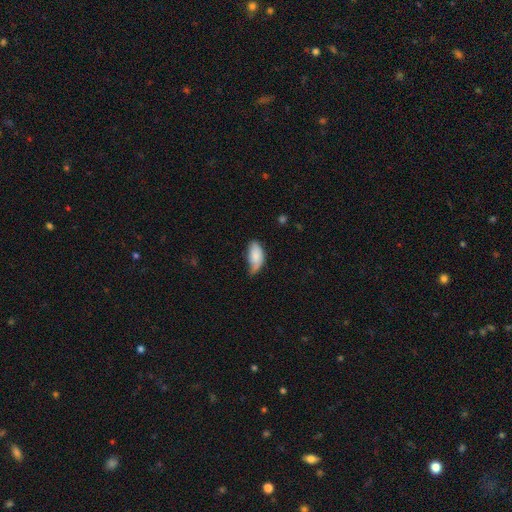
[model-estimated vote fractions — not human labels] smooth_or_featured: smooth (p=0.80) [alt: featured or disk p=0.14]
how_rounded: in between (p=0.93) [alt: cigar-shaped p=0.05]
merging: minor disturbance (p=0.49) [alt: none p=0.33]